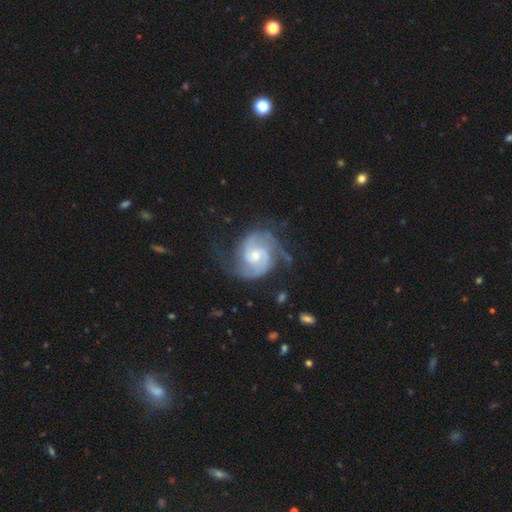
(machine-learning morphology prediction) Smooth or featured?
  - featured or disk: 88% *
  - smooth: 7%
  - star or artifact: 5%
Edge-on disk?
  - no: 98% *
  - yes: 2%
Bar?
  - no: 57% *
  - weak: 37%
  - strong: 6%
Spiral arms?
  - yes: 97% *
  - no: 3%
Spiral winding?
  - medium: 51% *
  - tight: 32%
  - loose: 17%
Spiral arm count?
  - 2: 82% *
  - 3: 6%
  - can't tell: 6%
  - 1: 2%
  - 4: 2%
  - more than 4: 2%
Bulge size?
  - moderate: 52% *
  - small: 41%
  - large: 4%
  - none: 2%
  - dominant: 1%
Merging?
  - none: 62% *
  - minor disturbance: 21%
  - major disturbance: 14%
  - merger: 2%